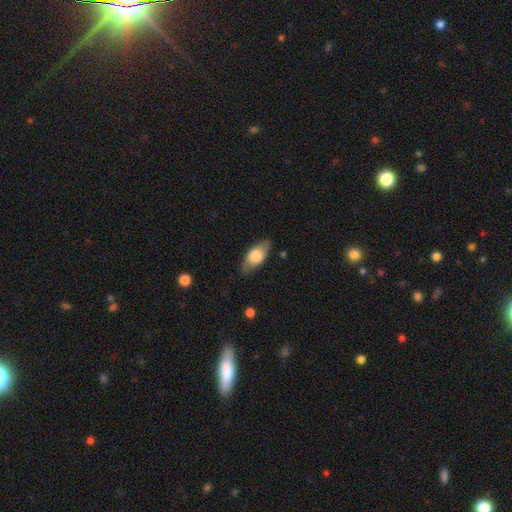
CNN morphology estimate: smooth_or_featured: smooth (p=0.62) [alt: featured or disk p=0.32]
how_rounded: in between (p=0.86) [alt: cigar-shaped p=0.09]
merging: none (p=0.79) [alt: minor disturbance p=0.16]